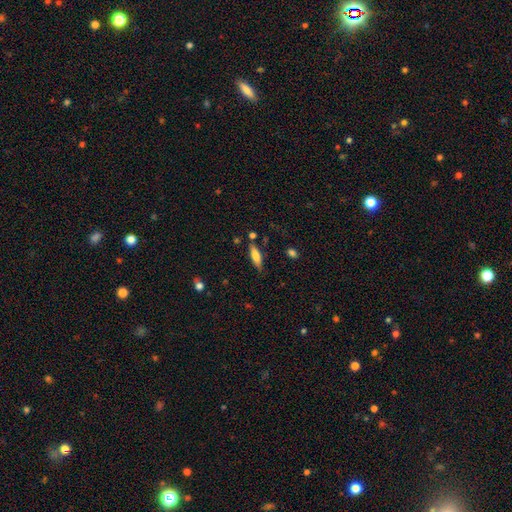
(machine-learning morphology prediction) Overall: smooth (71%). How rounded: cigar-shaped (51%; in between 48%). Merging: none (77%).